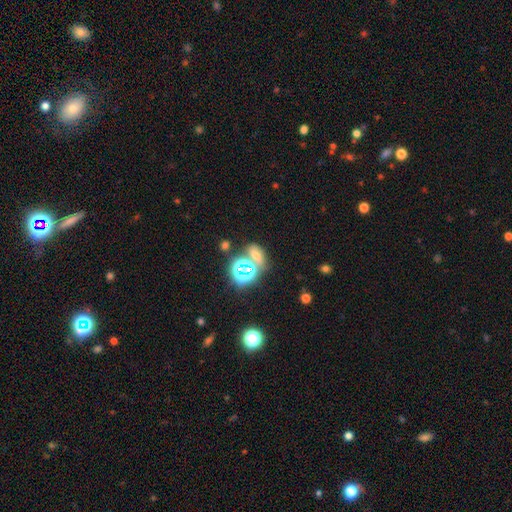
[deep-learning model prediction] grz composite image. It shows a star or artifact, not a galaxy (49%).